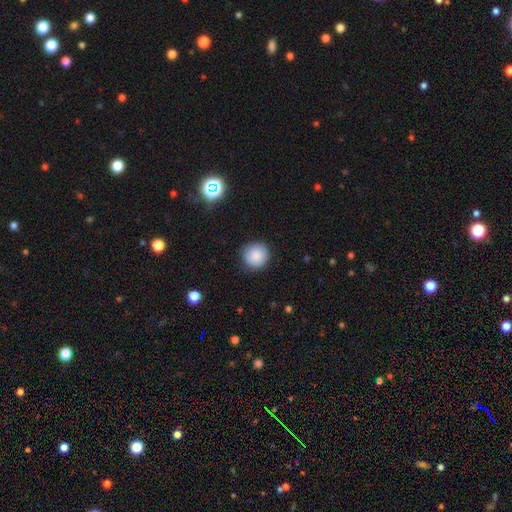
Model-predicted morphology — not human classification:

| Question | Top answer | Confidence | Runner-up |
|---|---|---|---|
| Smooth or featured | smooth | 85% | star or artifact (8%) |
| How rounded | round | 94% | in between (5%) |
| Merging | none | 86% | minor disturbance (11%) |